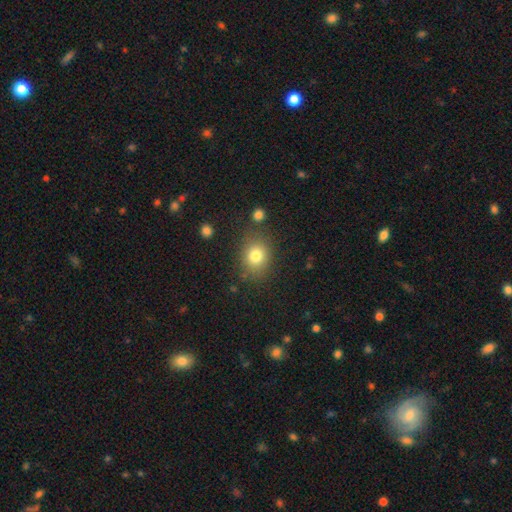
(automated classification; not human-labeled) A smooth galaxy with no disk features (80%) that is round (55%).

Vote fractions:
- Smooth or featured? smooth: 80% / star or artifact: 12% / featured or disk: 9%
- How rounded? round: 55% / in between: 44% / cigar-shaped: 1%
- Merging? none: 80% / minor disturbance: 12% / major disturbance: 4% / merger: 4%